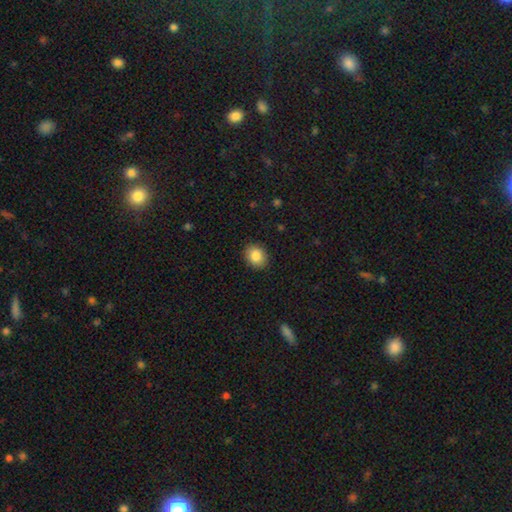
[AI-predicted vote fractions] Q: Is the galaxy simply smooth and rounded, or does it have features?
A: smooth — 86%.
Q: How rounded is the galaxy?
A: round — 56%.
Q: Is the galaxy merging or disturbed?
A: none — 90%.